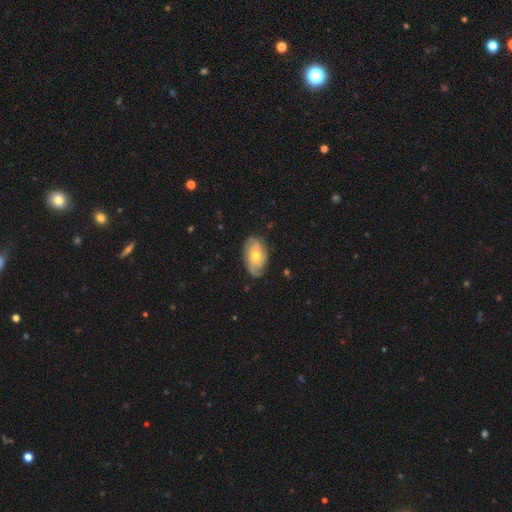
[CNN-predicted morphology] A featured or disk galaxy (70%) with no bar (80%), tight (55%) spiral arms (89%) and a moderate central bulge (62%). Merging: none (76%).